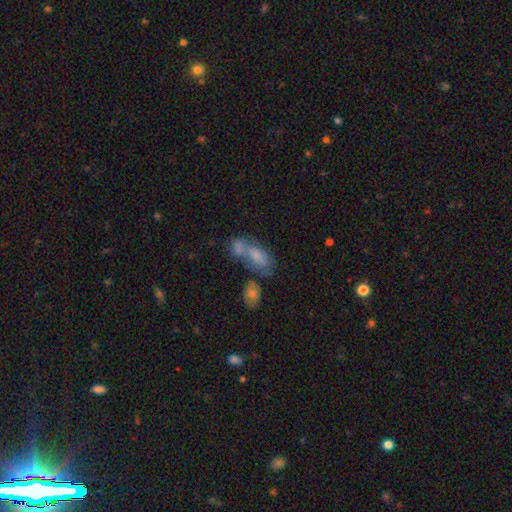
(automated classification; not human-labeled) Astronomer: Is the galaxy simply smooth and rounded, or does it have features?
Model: smooth — 69%.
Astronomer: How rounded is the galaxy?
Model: in between — 87%.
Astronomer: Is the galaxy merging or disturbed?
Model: merger — 54%.